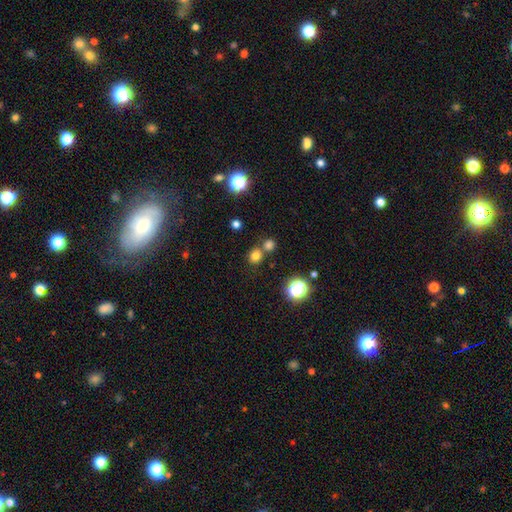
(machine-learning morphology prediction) Smooth or featured? Predicted: smooth (p=0.74). How rounded? Predicted: round (p=0.83). Merging? Predicted: none (p=0.63).